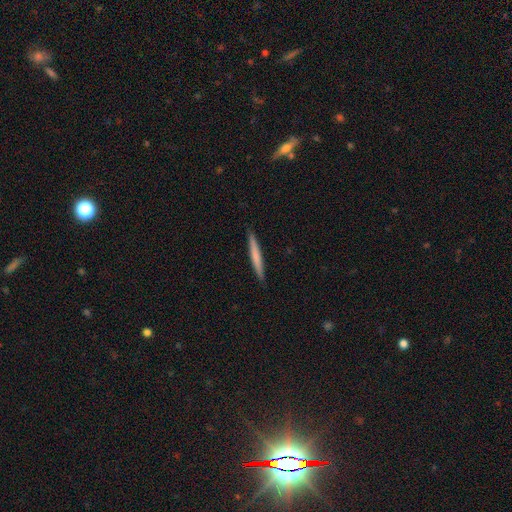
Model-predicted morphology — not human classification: The model was most divided on "smooth or featured": smooth: 65%, featured or disk: 30%, star or artifact: 5%. More confident: how rounded — cigar-shaped (97%); merging — none (91%).